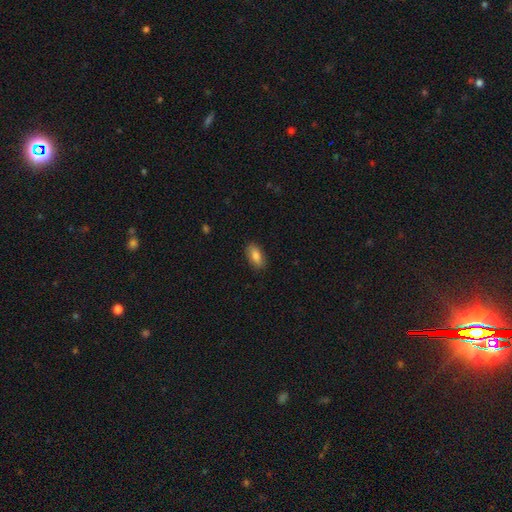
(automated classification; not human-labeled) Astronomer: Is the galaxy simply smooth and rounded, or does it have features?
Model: smooth — 82%.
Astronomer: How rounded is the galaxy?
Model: in between — 90%.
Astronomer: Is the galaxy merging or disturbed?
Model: none — 86%.